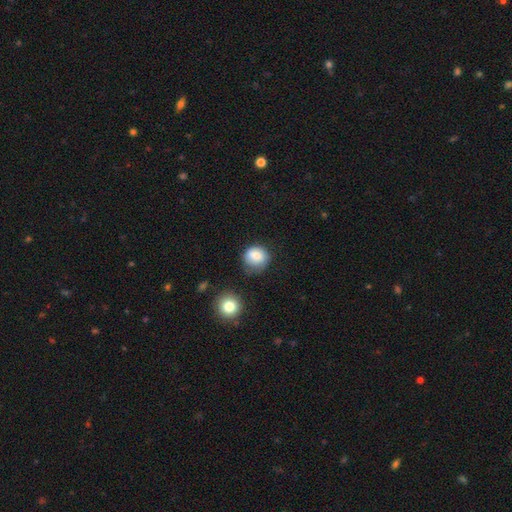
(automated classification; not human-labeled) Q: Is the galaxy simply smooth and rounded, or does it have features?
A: smooth — 82%.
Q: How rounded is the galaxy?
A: round — 82%.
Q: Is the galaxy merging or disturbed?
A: none — 60%.